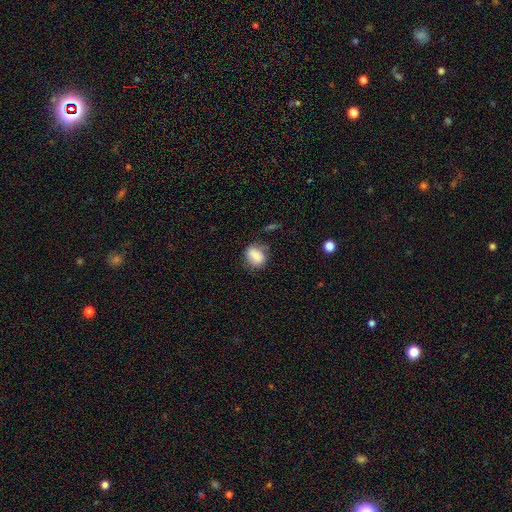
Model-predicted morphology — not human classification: smooth 80%, featured or disk 12%, star or artifact 9%. Down the decision tree: how rounded — in between (54%); merging — none (68%).